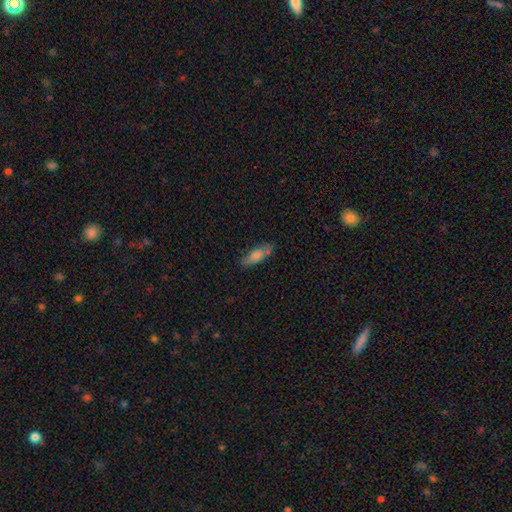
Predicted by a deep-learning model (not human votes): This appears to be a smooth galaxy with no disk features (77%) that is in between round and cigar-shaped (62%). Merging: none (74%).